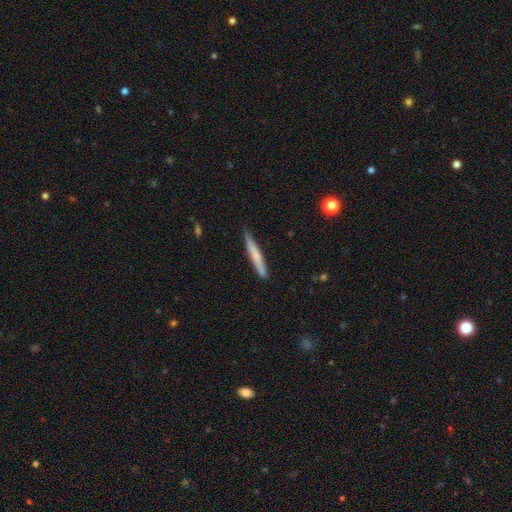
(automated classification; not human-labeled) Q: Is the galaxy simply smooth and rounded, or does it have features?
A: smooth — 64%.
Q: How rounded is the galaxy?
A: cigar-shaped — 96%.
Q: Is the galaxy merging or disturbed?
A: none — 81%.